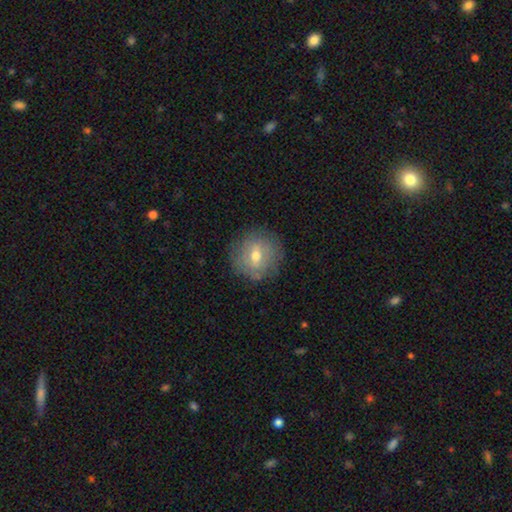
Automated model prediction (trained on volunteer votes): smooth 54%, featured or disk 37%, star or artifact 9%. Down the decision tree: how rounded — round (88%); merging — none (81%).